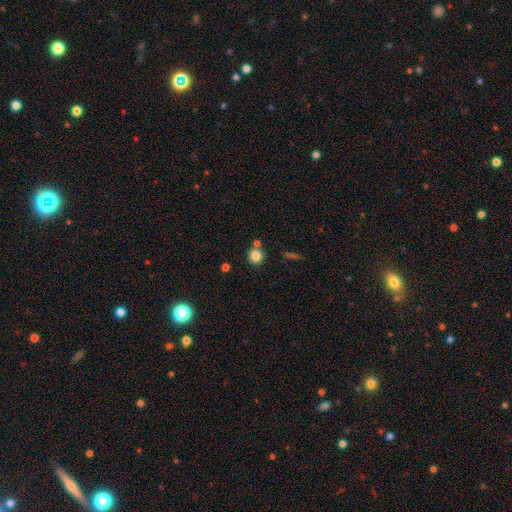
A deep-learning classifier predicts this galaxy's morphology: This is clearly a smooth galaxy (83%). How rounded: clearly round (93%). Merging: likely none (74%).